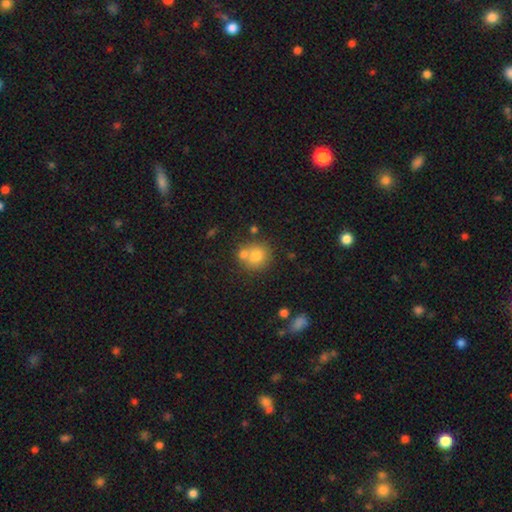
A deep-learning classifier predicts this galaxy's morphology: This is likely a smooth galaxy (76%). How rounded: clearly round (85%). Merging: possibly none (55%).